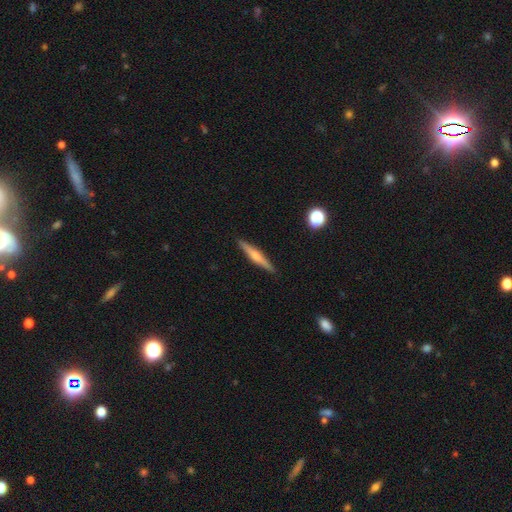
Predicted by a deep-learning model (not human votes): Q: Smooth or featured?
A: featured or disk (58%); runner-up: smooth (36%)
Q: Edge-on disk?
A: yes (97%); runner-up: no (3%)
Q: Edge-on bulge?
A: rounded (80%); runner-up: none (12%)
Q: Merging?
A: none (91%); runner-up: minor disturbance (7%)